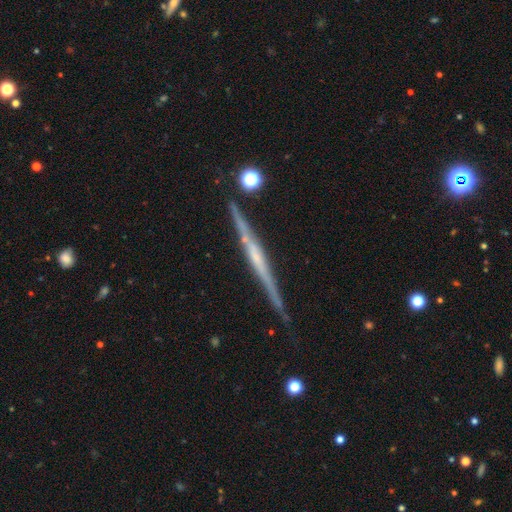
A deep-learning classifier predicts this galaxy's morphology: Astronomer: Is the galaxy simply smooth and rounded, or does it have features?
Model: featured or disk — 77%.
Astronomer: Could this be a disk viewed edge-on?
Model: yes — 98%.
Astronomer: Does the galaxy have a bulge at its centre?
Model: none — 55% (runner-up: rounded, 33%).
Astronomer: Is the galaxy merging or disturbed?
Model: none — 86%.